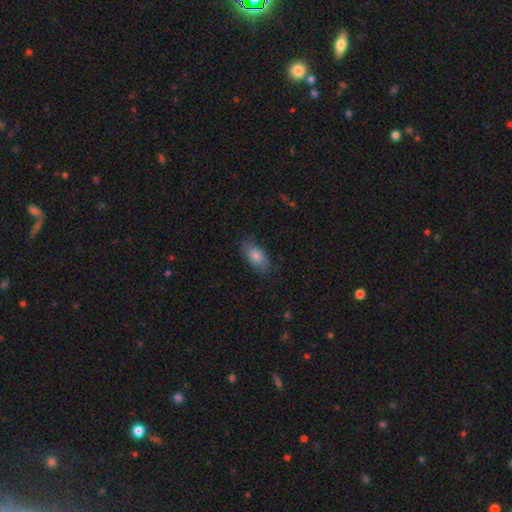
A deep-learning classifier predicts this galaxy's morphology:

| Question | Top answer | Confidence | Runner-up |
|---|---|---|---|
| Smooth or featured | smooth | 79% | featured or disk (13%) |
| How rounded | in between | 85% | cigar-shaped (12%) |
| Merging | none | 80% | minor disturbance (15%) |